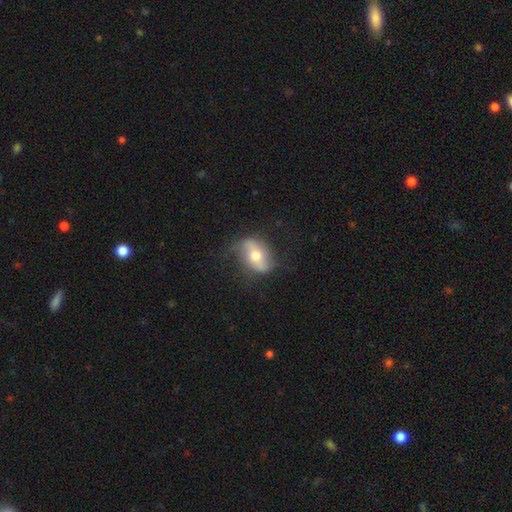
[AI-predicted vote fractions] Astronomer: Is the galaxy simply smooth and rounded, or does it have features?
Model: featured or disk — 57% (runner-up: smooth, 36%).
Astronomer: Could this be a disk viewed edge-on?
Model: no — 86%.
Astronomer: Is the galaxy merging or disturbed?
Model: none — 69%.